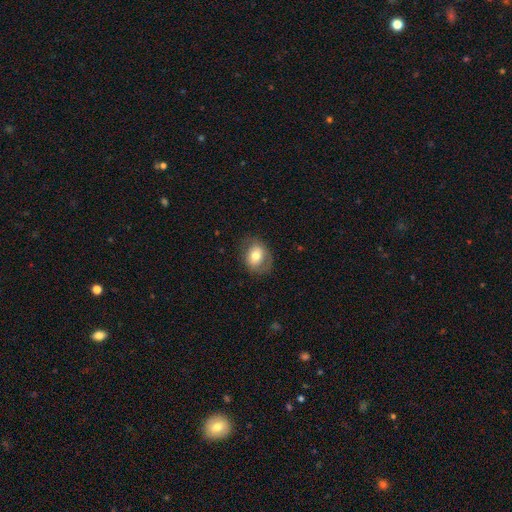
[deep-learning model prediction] A smooth galaxy with no disk features (67%) that is in between round and cigar-shaped (55%).

Vote fractions:
- Smooth or featured? smooth: 67% / featured or disk: 25% / star or artifact: 8%
- How rounded? in between: 55% / round: 44% / cigar-shaped: 1%
- Merging? none: 71% / minor disturbance: 19% / major disturbance: 9% / merger: 1%